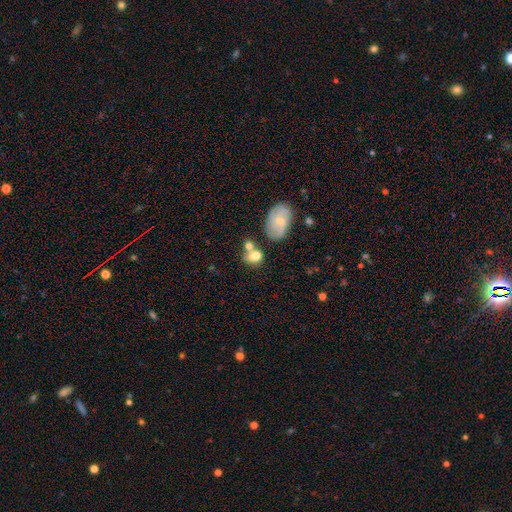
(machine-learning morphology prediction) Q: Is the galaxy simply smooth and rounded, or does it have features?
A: smooth — 72%.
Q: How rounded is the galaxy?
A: in between — 51%.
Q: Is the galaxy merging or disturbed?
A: none — 42%.